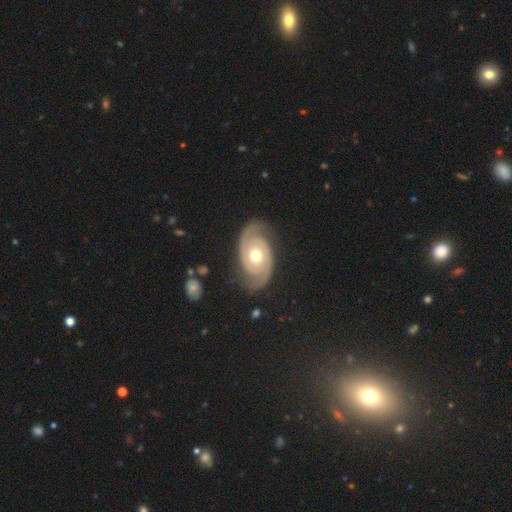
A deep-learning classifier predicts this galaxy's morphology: A featured or disk galaxy (90%) with no bar (79%), 2 (93%) tight (51%) spiral arms (97%) and a moderate central bulge (78%). Merging: none (82%).